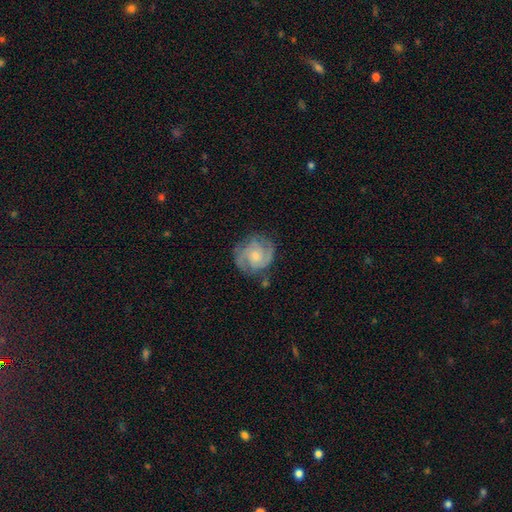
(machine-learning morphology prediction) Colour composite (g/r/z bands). It shows a featured or disk galaxy (82%) with no bar (70%), 2 (49%) tight (51%) spiral arms (95%) and a small central bulge (59%). Merging: none (74%).